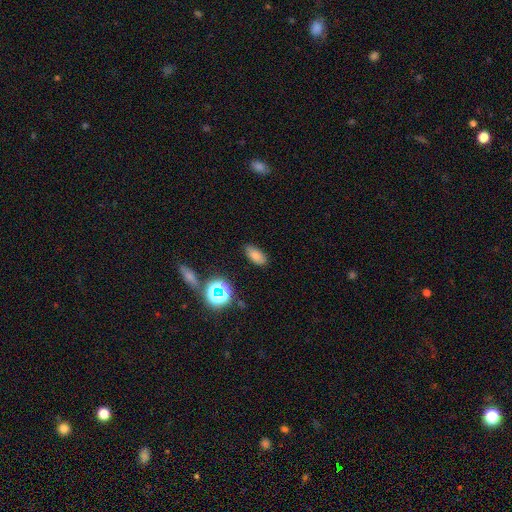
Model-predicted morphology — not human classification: Smooth or featured? Predicted: smooth (p=0.76). How rounded? Predicted: in between (p=0.90). Merging? Predicted: none (p=0.85).